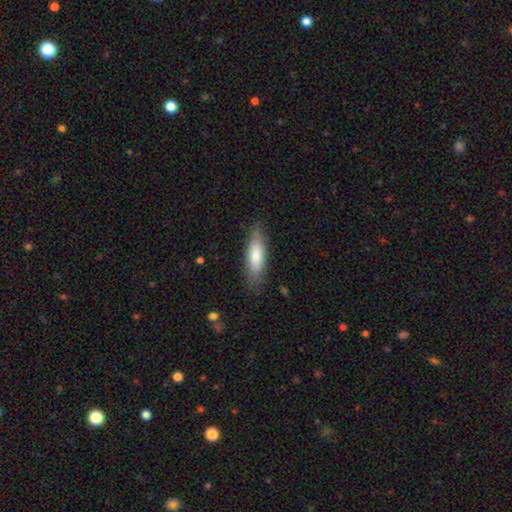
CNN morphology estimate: smooth-or-featured: smooth: 75% | featured or disk: 20% | star or artifact: 6%
  how-rounded: cigar-shaped: 49% (tied) | in between: 49% (tied) | round: 2%
  merging: none: 81% | minor disturbance: 14% | major disturbance: 3% | merger: 1%